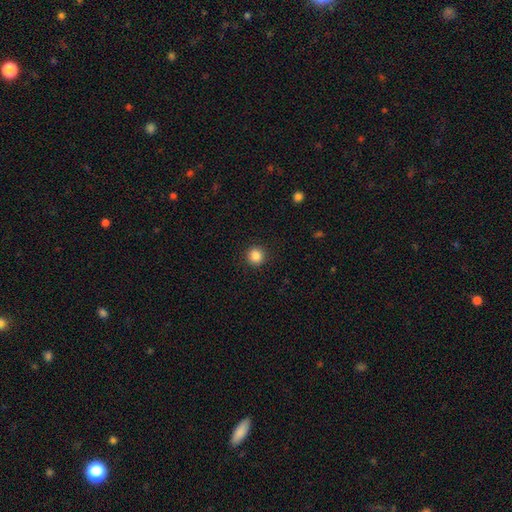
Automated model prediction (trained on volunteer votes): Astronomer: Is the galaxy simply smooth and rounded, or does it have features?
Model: smooth — 86%.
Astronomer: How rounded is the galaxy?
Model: round — 93%.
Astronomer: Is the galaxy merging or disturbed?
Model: none — 92%.